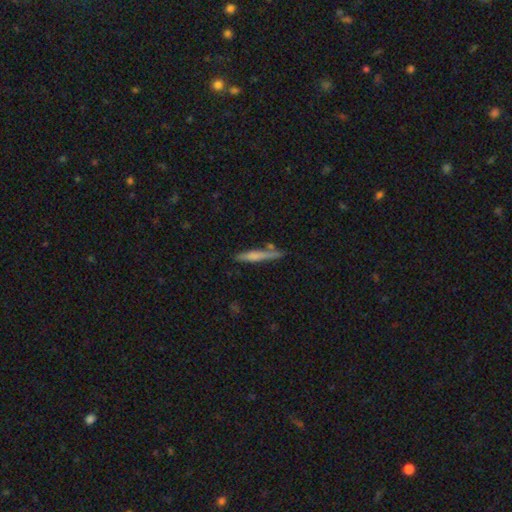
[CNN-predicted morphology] This is possibly a smooth galaxy (58%). How rounded: clearly cigar-shaped (94%). Merging: likely none (75%).